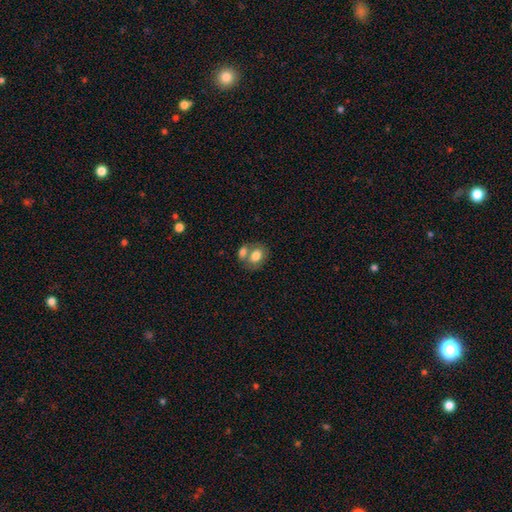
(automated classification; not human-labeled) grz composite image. It shows a smooth galaxy with no disk features (76%) that is in between round and cigar-shaped (64%). Merging: merger (47%).